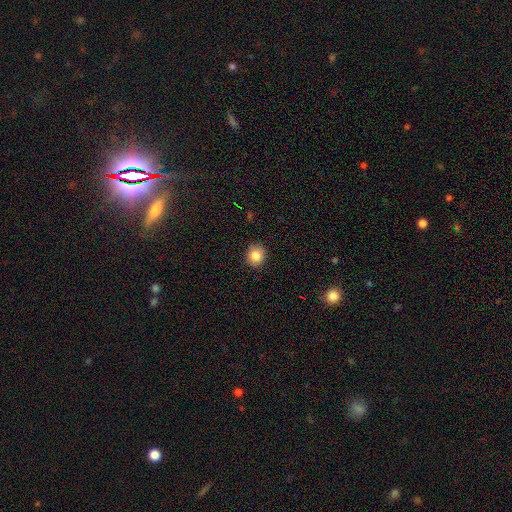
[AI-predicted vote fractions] Morphology: type=smooth (84%); roundness=round (85%); merging=none (90%).